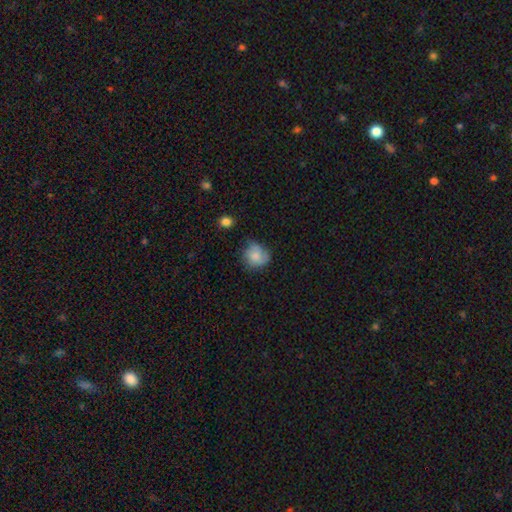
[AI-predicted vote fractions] This appears to be a smooth galaxy with no disk features (74%) that is round (78%). Merging: none (53%).